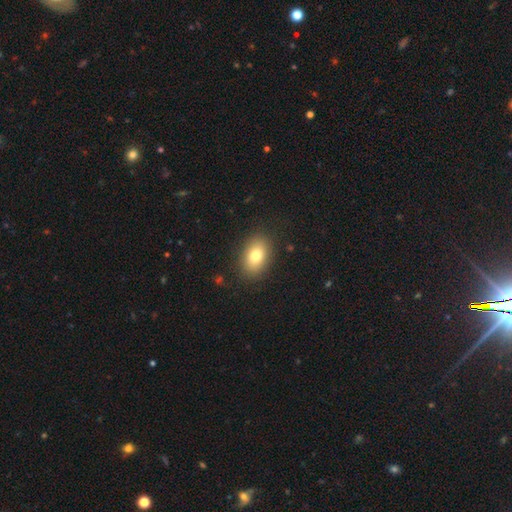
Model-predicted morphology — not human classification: This appears to be a smooth galaxy with no disk features (79%) that is in between round and cigar-shaped (83%). Merging: none (86%).